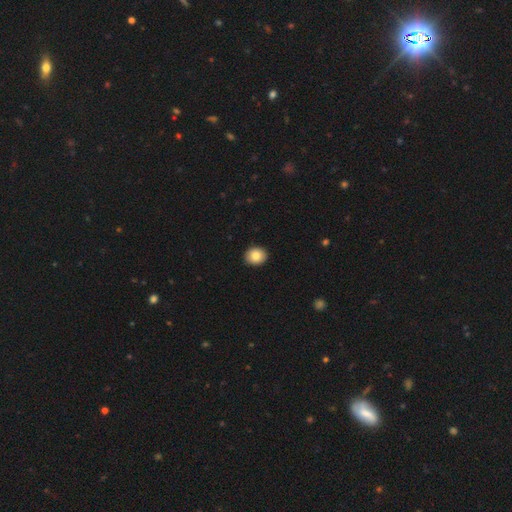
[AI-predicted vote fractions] Smooth or featured?
  - smooth: 84% *
  - star or artifact: 8%
  - featured or disk: 8%
How rounded?
  - round: 64% *
  - in between: 35%
  - cigar-shaped: 1%
Merging?
  - none: 92% *
  - minor disturbance: 6%
  - major disturbance: 1%
  - merger: 1%